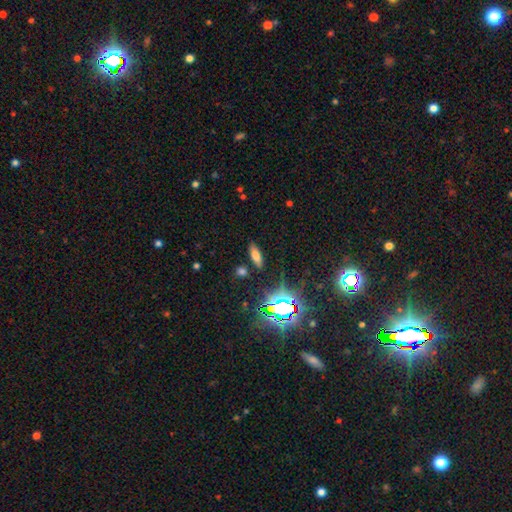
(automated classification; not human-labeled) Q: Smooth or featured?
A: smooth (63%); runner-up: star or artifact (23%)
Q: How rounded?
A: in between (60%); runner-up: cigar-shaped (35%)
Q: Merging?
A: none (84%); runner-up: minor disturbance (10%)